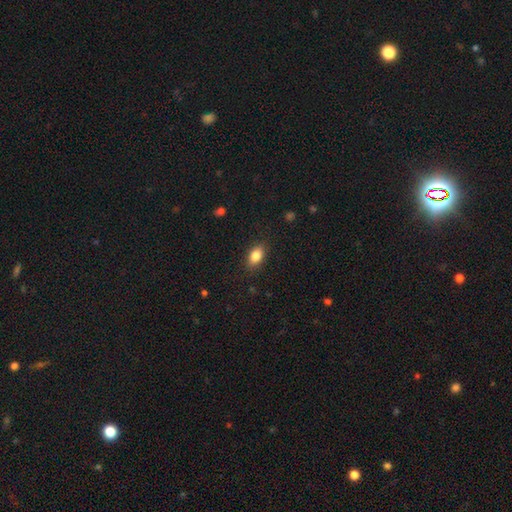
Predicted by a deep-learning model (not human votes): smooth_or_featured: smooth (p=0.84) [alt: star or artifact p=0.08]
how_rounded: in between (p=0.86) [alt: round p=0.11]
merging: none (p=0.86) [alt: minor disturbance p=0.10]